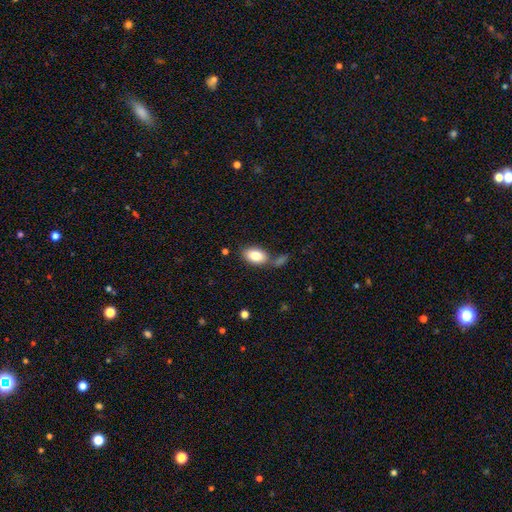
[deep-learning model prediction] Overall: smooth (82%). How rounded: in between (92%). Merging: none (62%).